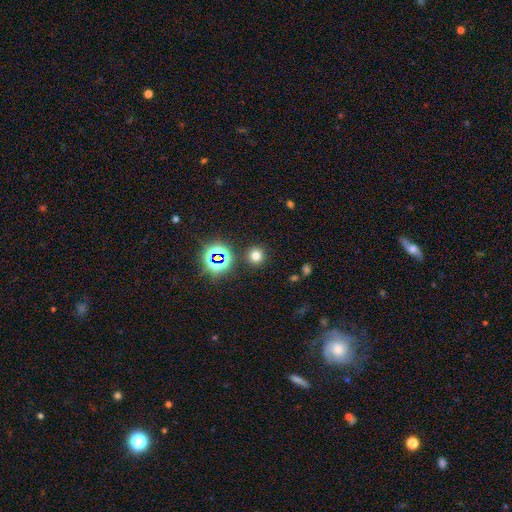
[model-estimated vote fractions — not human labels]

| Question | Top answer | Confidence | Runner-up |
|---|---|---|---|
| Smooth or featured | smooth | 68% | star or artifact (24%) |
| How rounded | round | 93% | in between (6%) |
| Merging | none | 89% | minor disturbance (6%) |